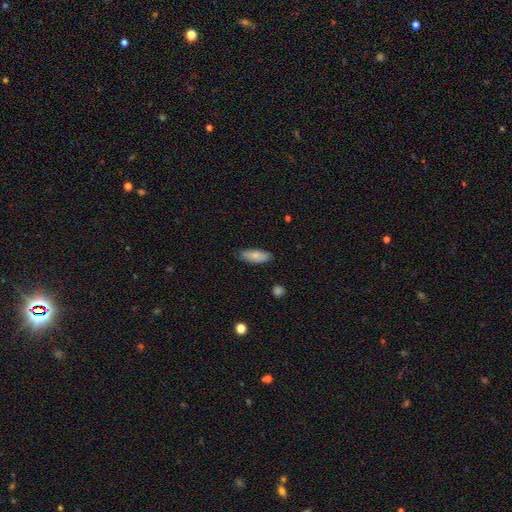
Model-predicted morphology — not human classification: smooth 79%, featured or disk 15%, star or artifact 6%. Down the decision tree: how rounded — in between (74%); merging — none (78%).